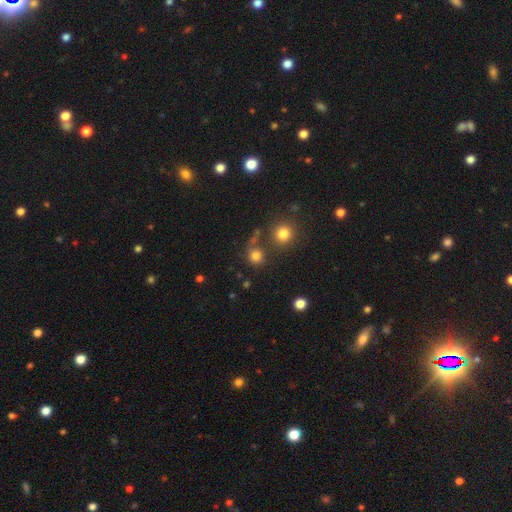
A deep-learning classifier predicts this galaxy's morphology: smooth_or_featured: smooth (p=0.79) [alt: star or artifact p=0.15]
how_rounded: round (p=0.89) [alt: in between p=0.10]
merging: none (p=0.71) [alt: merger p=0.15]